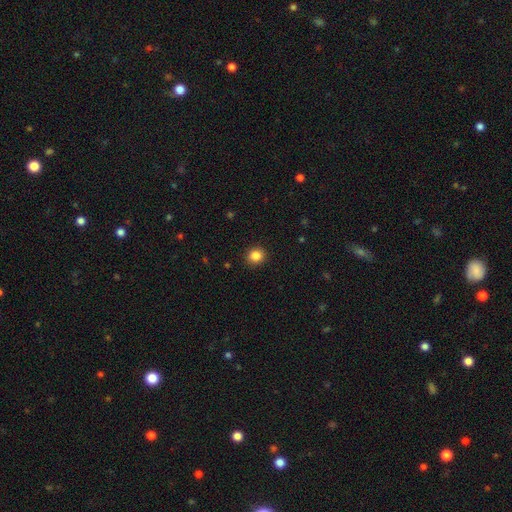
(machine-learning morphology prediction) Smooth or featured?
  - smooth: 85% *
  - star or artifact: 10%
  - featured or disk: 4%
How rounded?
  - round: 81% *
  - in between: 19%
  - cigar-shaped: 1%
Merging?
  - none: 91% *
  - minor disturbance: 6%
  - major disturbance: 2%
  - merger: 1%